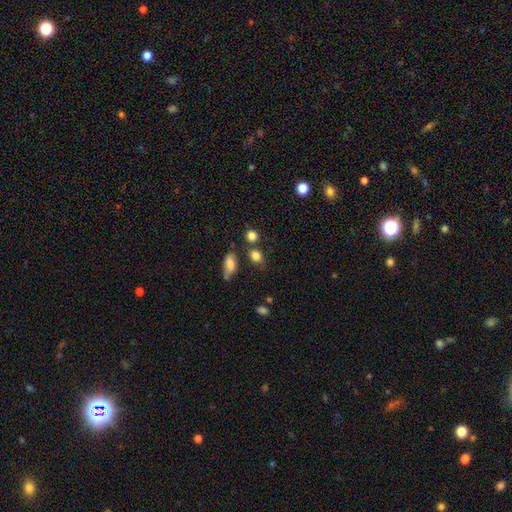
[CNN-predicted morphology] Smooth or featured? Predicted: smooth (p=0.83). How rounded? Predicted: round (p=0.57). Merging? Predicted: none (p=0.66).